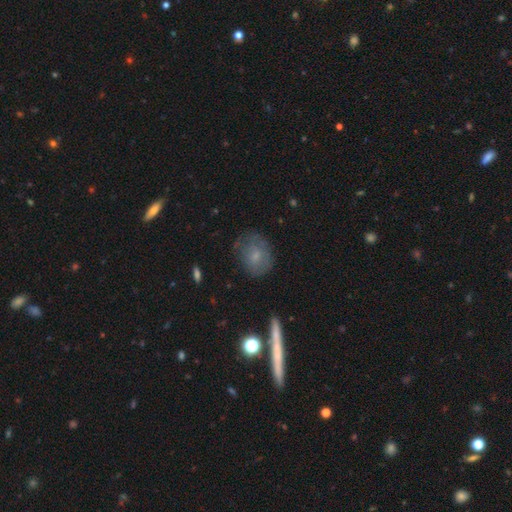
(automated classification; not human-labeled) Q: Smooth or featured?
A: smooth (63%); runner-up: featured or disk (27%)
Q: How rounded?
A: round (56%); runner-up: in between (42%)
Q: Merging?
A: none (64%); runner-up: minor disturbance (23%)